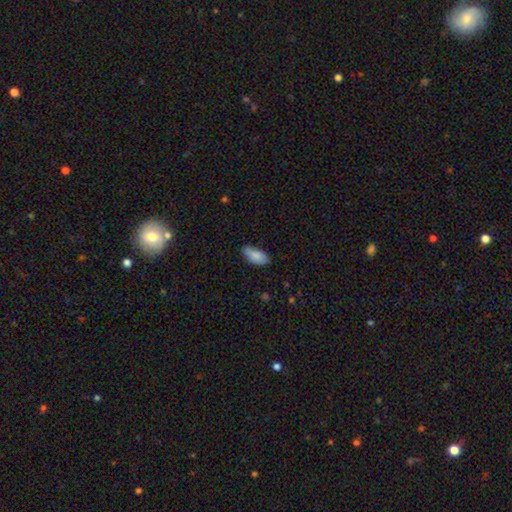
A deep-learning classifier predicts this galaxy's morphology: Smooth or featured? smooth (84%)
How rounded? in between (90%)
Merging? none (70%)